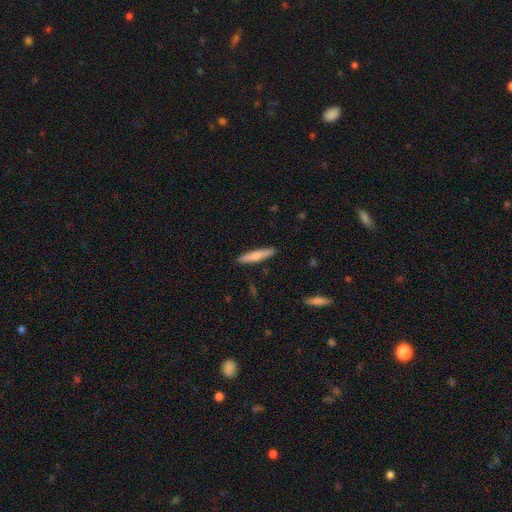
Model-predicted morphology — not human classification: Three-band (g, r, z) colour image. It shows a smooth galaxy with no disk features (70%) that is cigar-shaped (90%). Merging: none (90%).